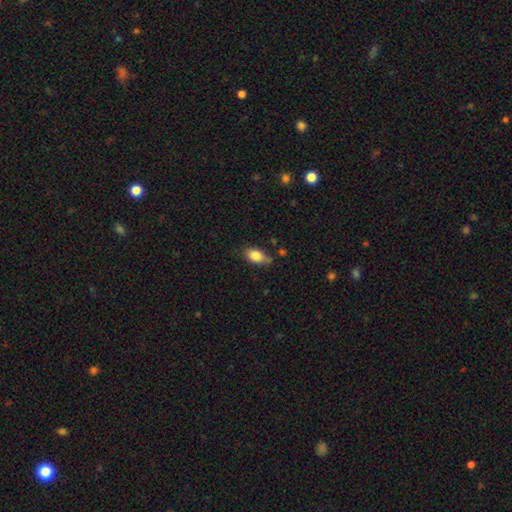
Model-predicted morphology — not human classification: smooth 84%, featured or disk 9%, star or artifact 8%. Down the decision tree: how rounded — in between (86%); merging — none (71%).